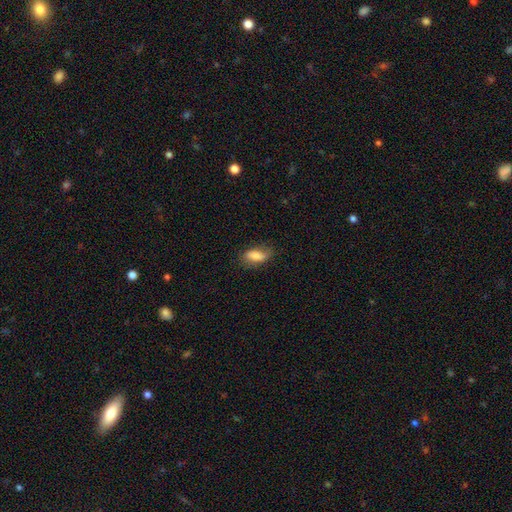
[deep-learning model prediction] A smooth galaxy with no disk features (78%) that is in between round and cigar-shaped (84%). Merging: none (64%).